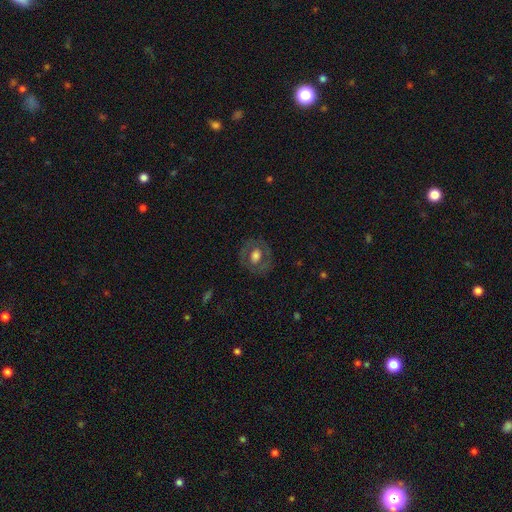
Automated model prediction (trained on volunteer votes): smooth 48%, featured or disk 43%, star or artifact 9%. Down the decision tree: merging — none (79%).